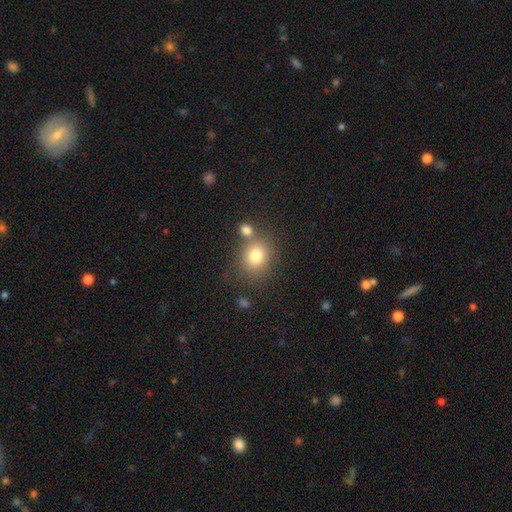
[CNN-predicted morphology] This appears to be a smooth galaxy with no disk features (79%) that is round (71%). Merging: none (63%).